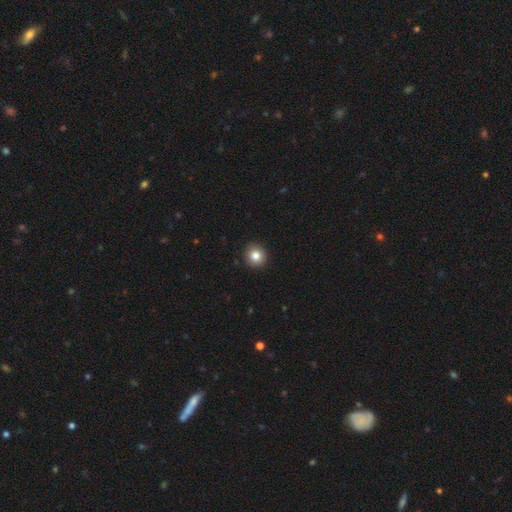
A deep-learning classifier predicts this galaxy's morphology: smooth_or_featured: smooth (p=0.83) [alt: star or artifact p=0.10]
how_rounded: round (p=0.91) [alt: in between p=0.08]
merging: none (p=0.93) [alt: minor disturbance p=0.05]